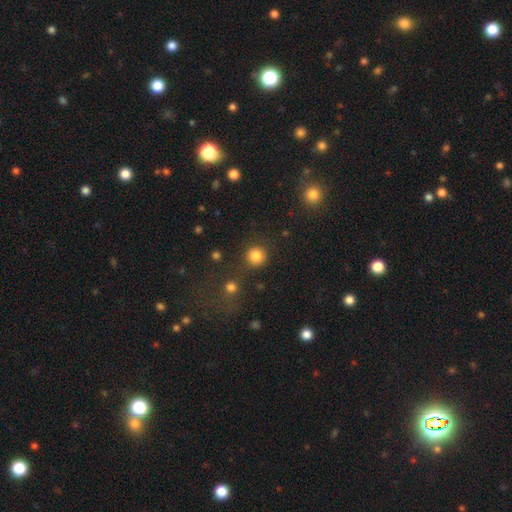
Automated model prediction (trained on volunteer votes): smooth-or-featured: smooth: 85% | star or artifact: 11% | featured or disk: 4%
  how-rounded: round: 93% | in between: 6% | cigar-shaped: 1%
  merging: none: 82% | minor disturbance: 8% | merger: 6% | major disturbance: 4%